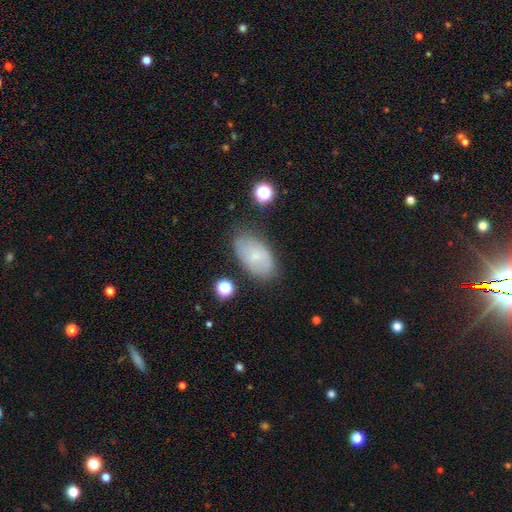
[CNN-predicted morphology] smooth_or_featured: smooth (p=0.62) [alt: featured or disk p=0.29]
how_rounded: in between (p=0.92) [alt: round p=0.06]
merging: none (p=0.74) [alt: minor disturbance p=0.18]